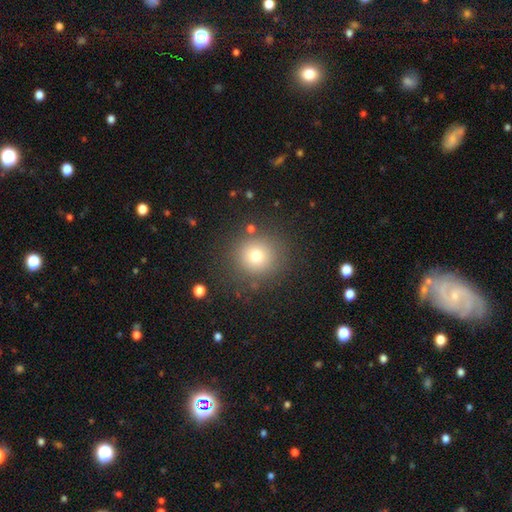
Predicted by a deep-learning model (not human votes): smooth-or-featured: smooth: 73% | star or artifact: 16% | featured or disk: 11%
  how-rounded: round: 92% | in between: 7% | cigar-shaped: 1%
  merging: none: 85% | minor disturbance: 8% | major disturbance: 4% | merger: 3%